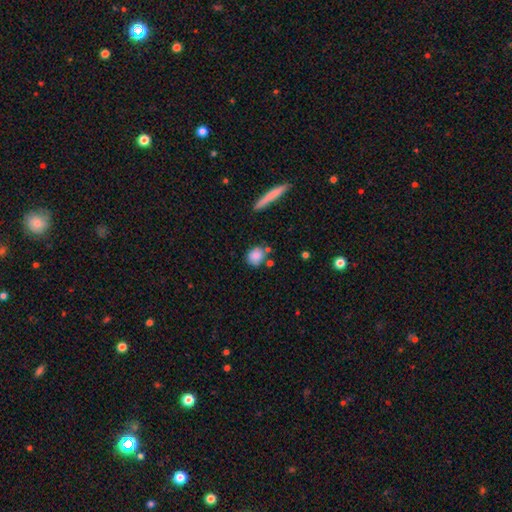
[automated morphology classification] The model was most divided on "how rounded": round: 68%, in between: 28%, cigar-shaped: 4%. More confident: smooth or featured — smooth (85%); merging — none (69%).